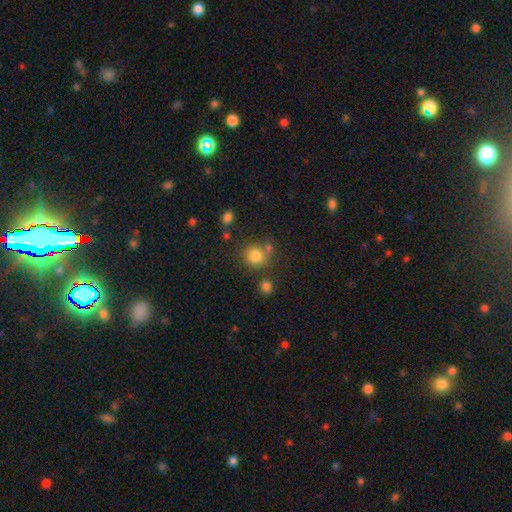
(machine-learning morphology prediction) smooth-or-featured: smooth: 81% | star or artifact: 12% | featured or disk: 7%
  how-rounded: round: 86% | in between: 13% | cigar-shaped: 1%
  merging: none: 67% | merger: 16% | minor disturbance: 12% | major disturbance: 5%